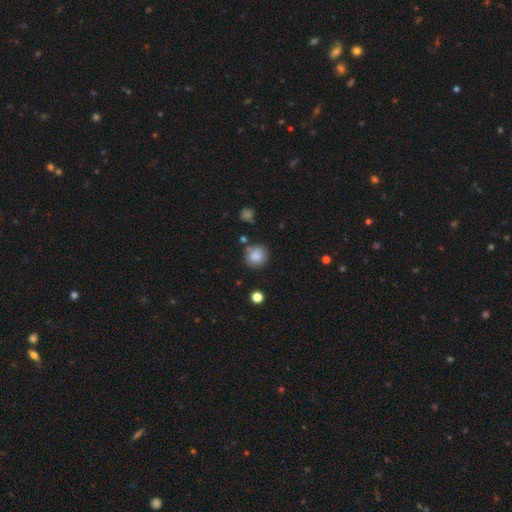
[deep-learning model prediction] Smooth or featured?
  - smooth: 85% *
  - star or artifact: 9%
  - featured or disk: 6%
How rounded?
  - round: 85% *
  - in between: 14%
  - cigar-shaped: 1%
Merging?
  - none: 77% *
  - minor disturbance: 13%
  - merger: 6%
  - major disturbance: 4%